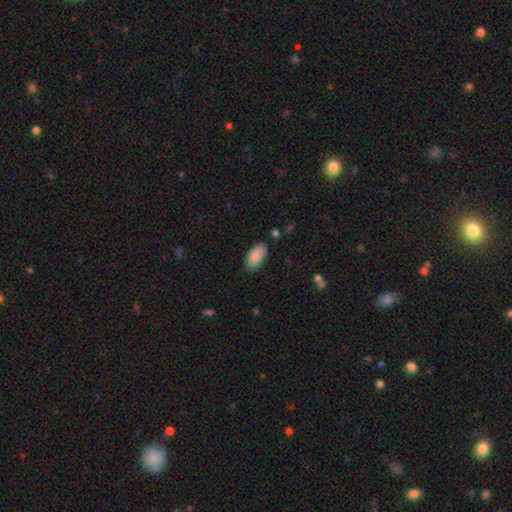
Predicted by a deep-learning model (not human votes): This is clearly a smooth galaxy (89%). How rounded: clearly in between (94%). Merging: clearly none (84%).